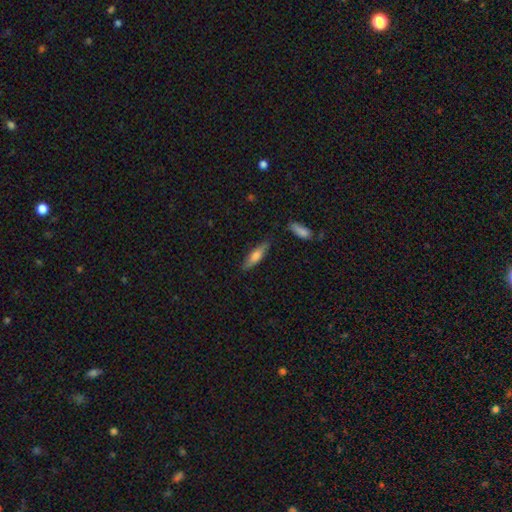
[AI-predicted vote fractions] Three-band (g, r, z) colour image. It shows a smooth galaxy with no disk features (67%) that is cigar-shaped (62%). Merging: none (81%).